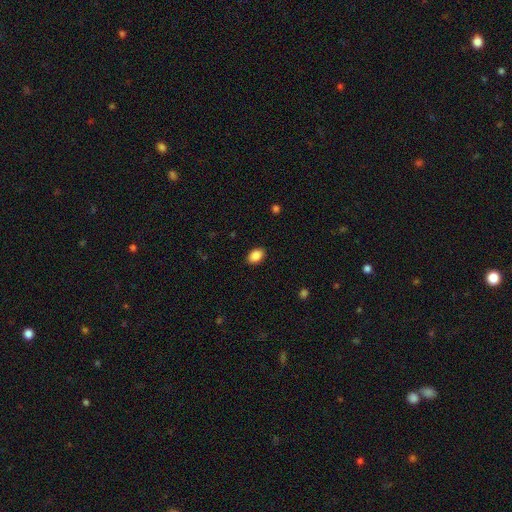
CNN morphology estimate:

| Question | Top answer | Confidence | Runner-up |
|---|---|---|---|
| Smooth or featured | smooth | 89% | star or artifact (8%) |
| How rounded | in between | 86% | round (13%) |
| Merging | none | 89% | minor disturbance (8%) |